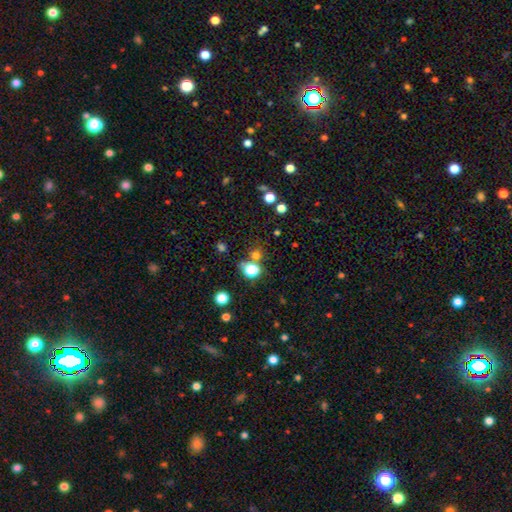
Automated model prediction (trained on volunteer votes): Q: Smooth or featured?
A: smooth (71%); runner-up: star or artifact (22%)
Q: How rounded?
A: round (76%); runner-up: in between (23%)
Q: Merging?
A: none (60%); runner-up: merger (24%)